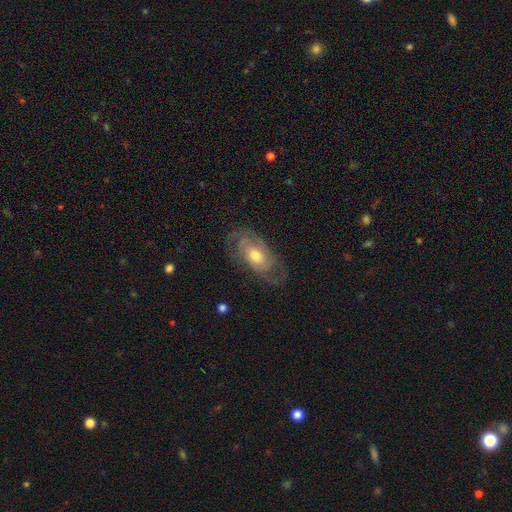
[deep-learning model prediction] Q: Smooth or featured?
A: featured or disk (78%); runner-up: smooth (17%)
Q: Edge-on disk?
A: no (94%); runner-up: yes (6%)
Q: Bar?
A: no (73%); runner-up: weak (23%)
Q: Spiral arms?
A: yes (89%); runner-up: no (11%)
Q: Spiral winding?
A: tight (53%); runner-up: medium (36%)
Q: Spiral arm count?
A: 2 (45%); runner-up: can't tell (30%)
Q: Bulge size?
A: moderate (72%); runner-up: small (16%)
Q: Merging?
A: none (71%); runner-up: minor disturbance (18%)